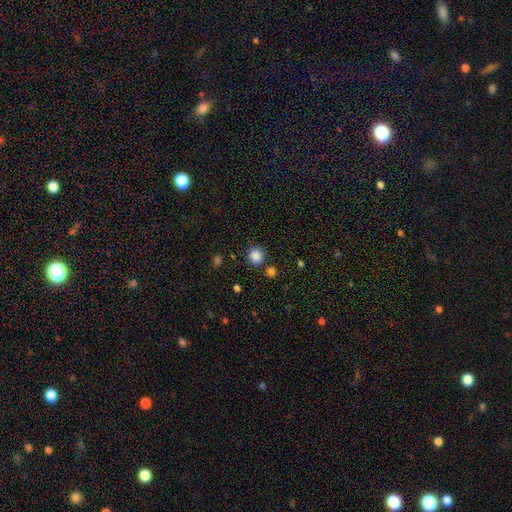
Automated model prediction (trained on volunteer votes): A smooth galaxy with no disk features (86%) that is round (89%).

Vote fractions:
- Smooth or featured? smooth: 86% / star or artifact: 11% / featured or disk: 3%
- How rounded? round: 89% / in between: 10% / cigar-shaped: 1%
- Merging? none: 82% / minor disturbance: 9% / merger: 5% / major disturbance: 3%